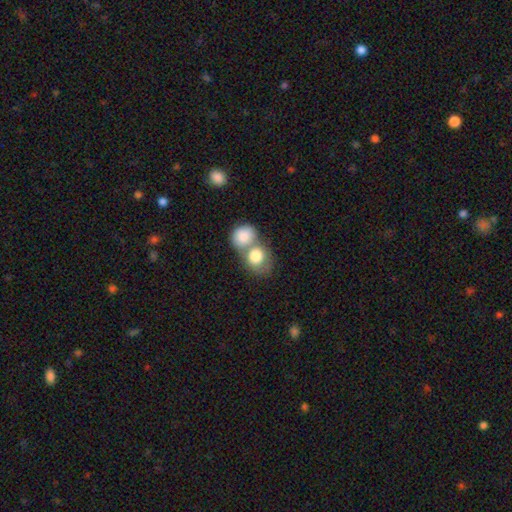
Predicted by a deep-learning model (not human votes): A smooth galaxy with no disk features (80%) that is round (67%). Merging: merger (65%).